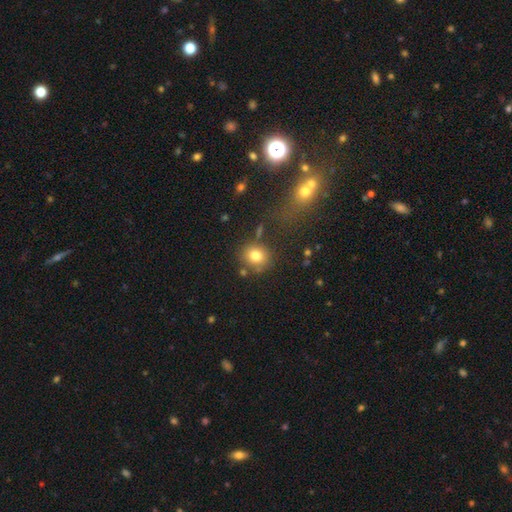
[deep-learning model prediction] Overall: smooth (79%). How rounded: round (78%). Merging: none (76%).